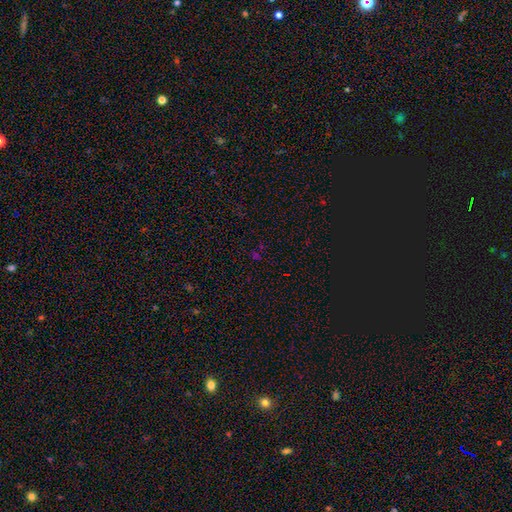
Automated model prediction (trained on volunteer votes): This is possibly a star or artifact rather than a galaxy (59%).